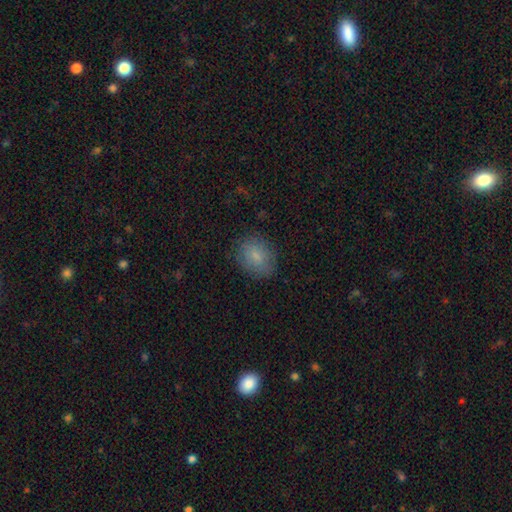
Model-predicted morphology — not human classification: smooth-or-featured: smooth: 82% | featured or disk: 10% | star or artifact: 8%
  how-rounded: in between: 56% | round: 43% | cigar-shaped: 1%
  merging: none: 82% | minor disturbance: 13% | major disturbance: 4% | merger: 1%